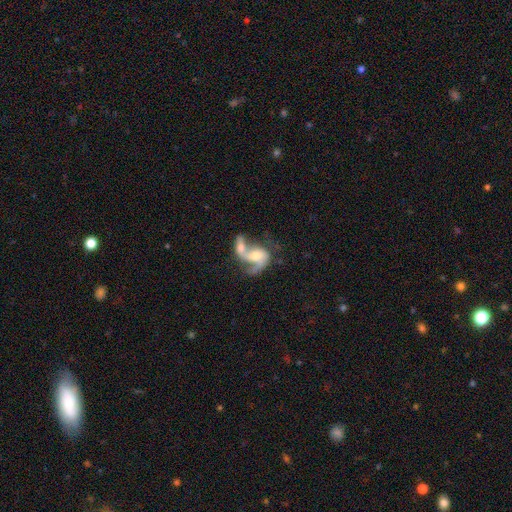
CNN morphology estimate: This appears to be a featured or disk galaxy (71%) with no bar (59%), 2 (63%) loose (56%) spiral arms (83%) and a moderate central bulge (55%). Merging: merger (62%).